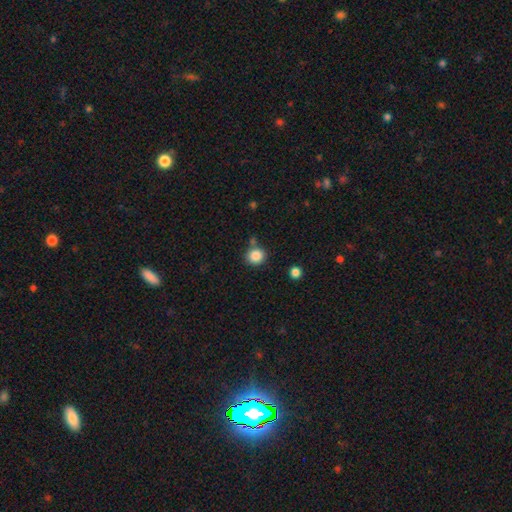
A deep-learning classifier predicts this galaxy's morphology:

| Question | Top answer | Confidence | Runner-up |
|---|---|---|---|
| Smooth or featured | smooth | 86% | star or artifact (10%) |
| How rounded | round | 87% | in between (12%) |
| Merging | none | 79% | minor disturbance (10%) |